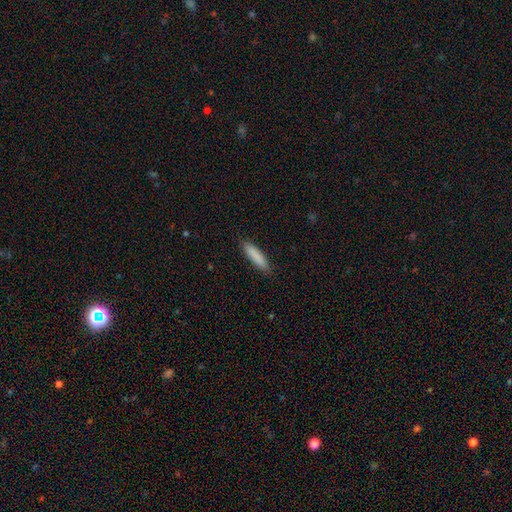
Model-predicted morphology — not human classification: A smooth galaxy with no disk features (86%) that is cigar-shaped (79%). Merging: none (88%).